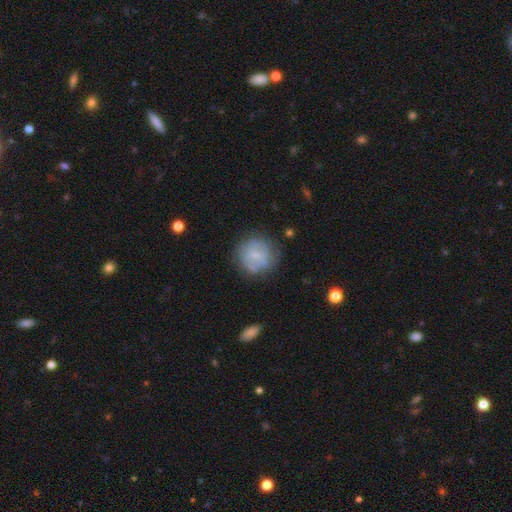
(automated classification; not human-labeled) A smooth galaxy with no disk features (63%) that is round (90%).

Vote fractions:
- Smooth or featured? smooth: 63% / featured or disk: 29% / star or artifact: 8%
- How rounded? round: 90% / in between: 9% / cigar-shaped: 1%
- Merging? none: 70% / minor disturbance: 19% / major disturbance: 7% / merger: 4%